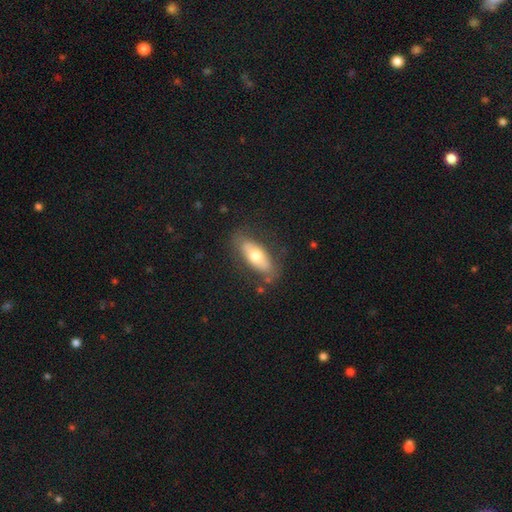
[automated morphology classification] A smooth galaxy with no disk features (61%) that is in between round and cigar-shaped (77%). Merging: none (77%).